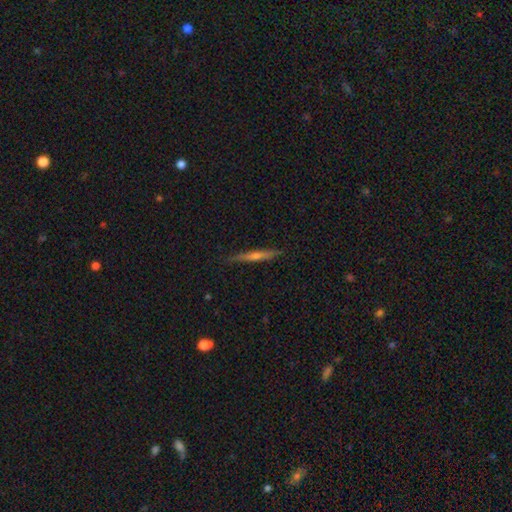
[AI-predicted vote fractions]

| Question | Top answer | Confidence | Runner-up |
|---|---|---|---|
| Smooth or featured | featured or disk | 65% | smooth (25%) |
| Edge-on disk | yes | 96% | no (4%) |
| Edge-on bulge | rounded | 75% | none (18%) |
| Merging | none | 88% | minor disturbance (9%) |